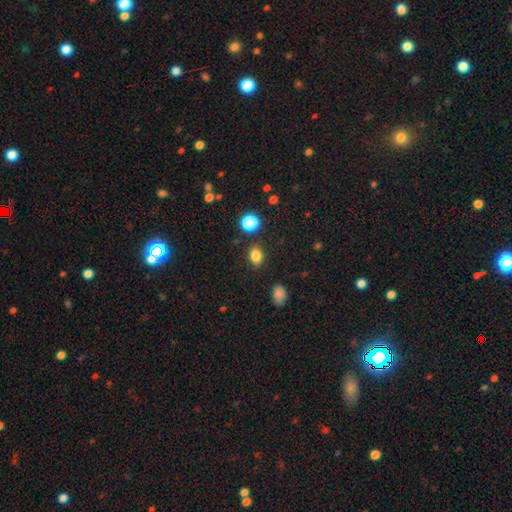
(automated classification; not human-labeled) Overall: smooth (83%). How rounded: in between (61%; round 38%). Merging: none (85%).